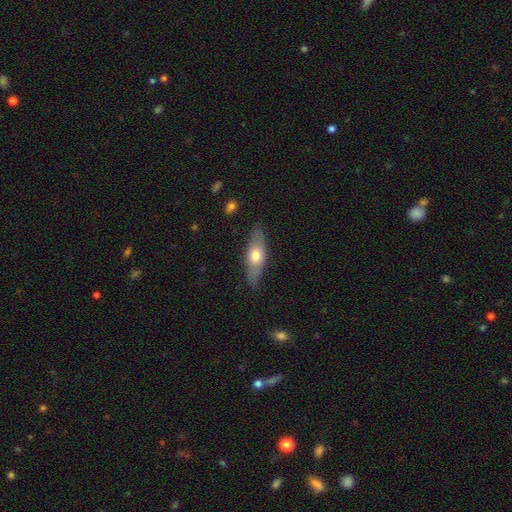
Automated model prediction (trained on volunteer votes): Smooth or featured? Predicted: smooth (p=0.55). How rounded? Predicted: in between (p=0.54). Merging? Predicted: none (p=0.83).